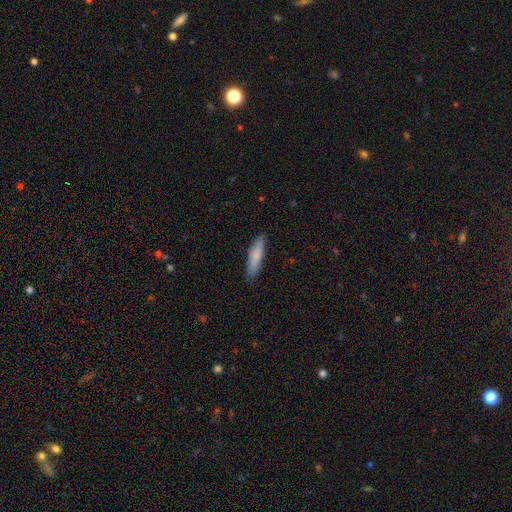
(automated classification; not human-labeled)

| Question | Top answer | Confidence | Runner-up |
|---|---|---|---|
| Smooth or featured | smooth | 78% | featured or disk (16%) |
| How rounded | cigar-shaped | 79% | in between (20%) |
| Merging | none | 86% | minor disturbance (11%) |